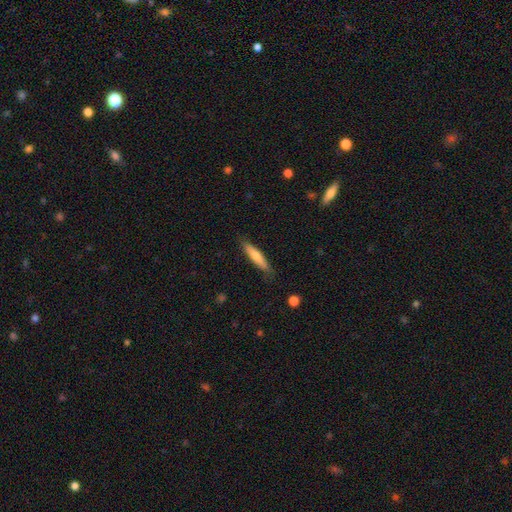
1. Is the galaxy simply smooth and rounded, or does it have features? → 58% smooth, 39% featured or disk, 3% star or artifact.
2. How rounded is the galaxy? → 86% cigar-shaped, 9% in between, 5% round.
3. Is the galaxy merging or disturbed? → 89% none, 8% minor disturbance, 3% major disturbance, 0% merger.